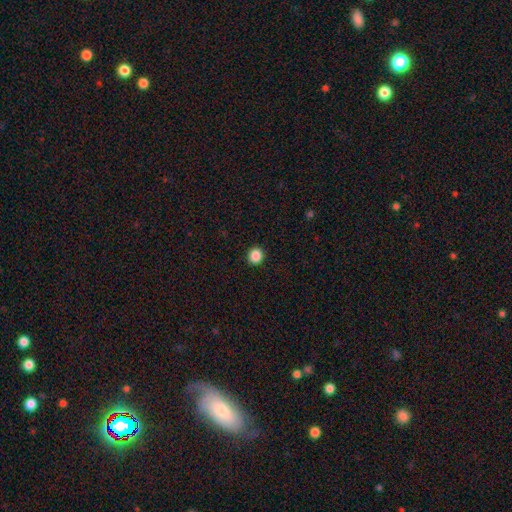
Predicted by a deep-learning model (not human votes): Overall: smooth (88%). How rounded: round (82%). Merging: none (92%).